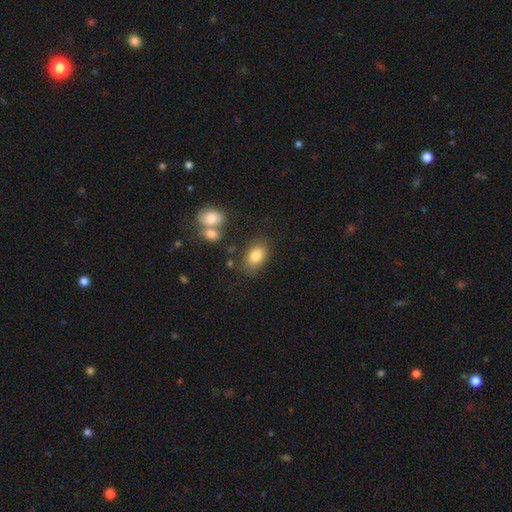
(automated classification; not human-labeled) A smooth galaxy with no disk features (84%) that is in between round and cigar-shaped (82%).

Vote fractions:
- Smooth or featured? smooth: 84% / star or artifact: 9% / featured or disk: 8%
- How rounded? in between: 82% / round: 17% / cigar-shaped: 1%
- Merging? none: 74% / minor disturbance: 14% / merger: 7% / major disturbance: 5%